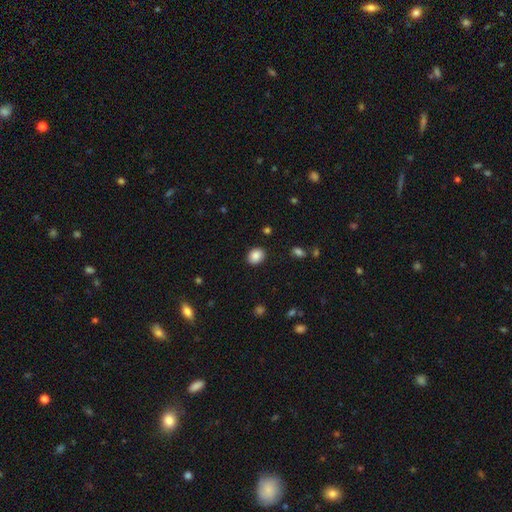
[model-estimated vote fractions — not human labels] smooth_or_featured: smooth (p=0.88) [alt: star or artifact p=0.09]
how_rounded: round (p=0.51) [alt: in between p=0.48]
merging: none (p=0.89) [alt: minor disturbance p=0.08]